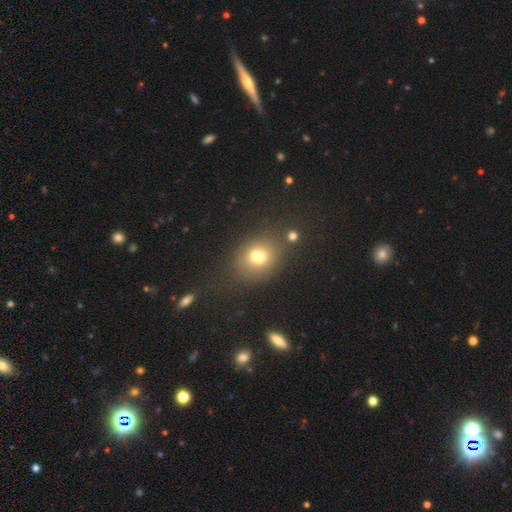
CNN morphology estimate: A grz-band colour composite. It shows a smooth galaxy with no disk features (70%) that is in between round and cigar-shaped (50%). Merging: none (57%).